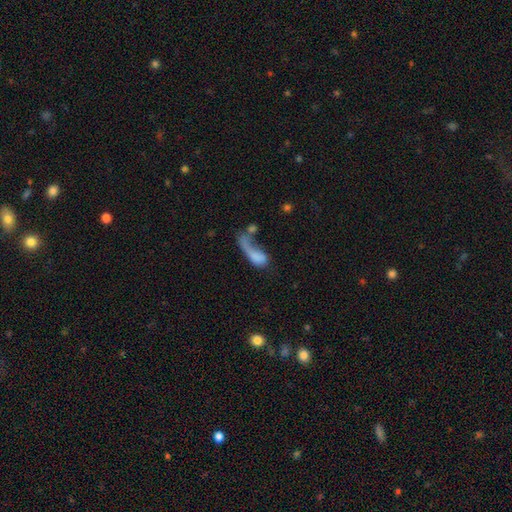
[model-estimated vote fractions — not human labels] A smooth galaxy with no disk features (61%) that is in between round and cigar-shaped (65%). Merging: major disturbance (42%).